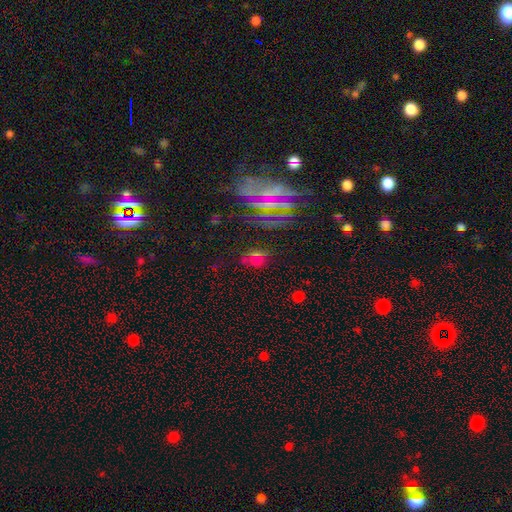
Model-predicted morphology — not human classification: Smooth or featured? Predicted: star or artifact (p=0.46).